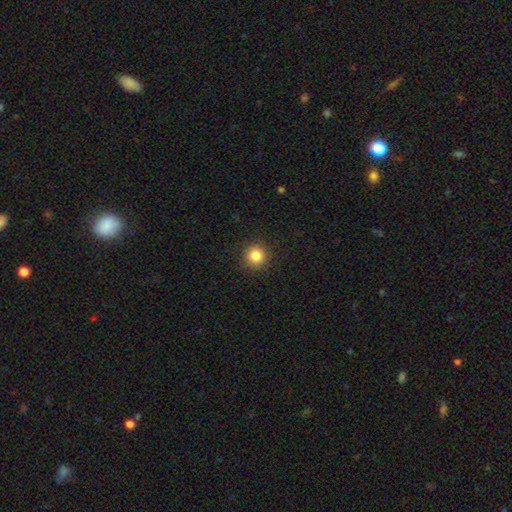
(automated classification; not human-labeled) A smooth galaxy with no disk features (84%) that is round (94%).

Vote fractions:
- Smooth or featured? smooth: 84% / star or artifact: 11% / featured or disk: 5%
- How rounded? round: 94% / in between: 5% / cigar-shaped: 1%
- Merging? none: 91% / minor disturbance: 6% / major disturbance: 2% / merger: 1%